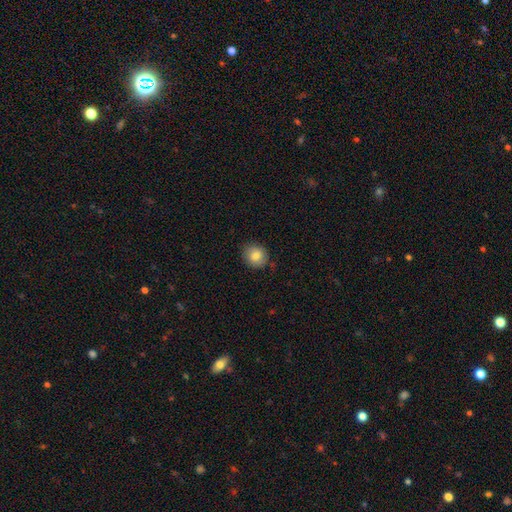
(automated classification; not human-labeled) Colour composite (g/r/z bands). It shows a smooth galaxy with no disk features (83%) that is round (83%). Merging: none (85%).